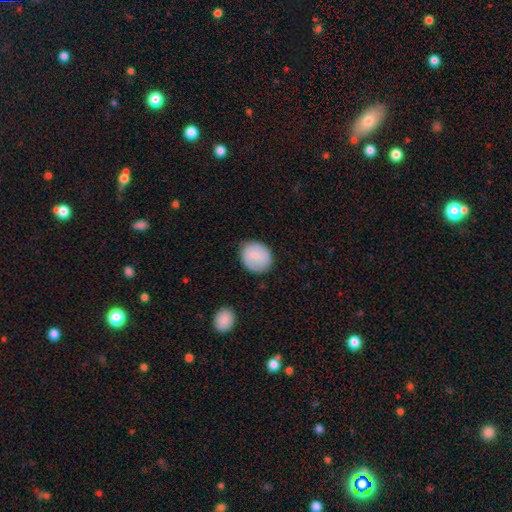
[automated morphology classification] A smooth galaxy with no disk features (73%) that is round (74%).

Vote fractions:
- Smooth or featured? smooth: 73% / featured or disk: 20% / star or artifact: 7%
- How rounded? round: 74% / in between: 25% / cigar-shaped: 1%
- Merging? none: 82% / minor disturbance: 13% / major disturbance: 3% / merger: 1%